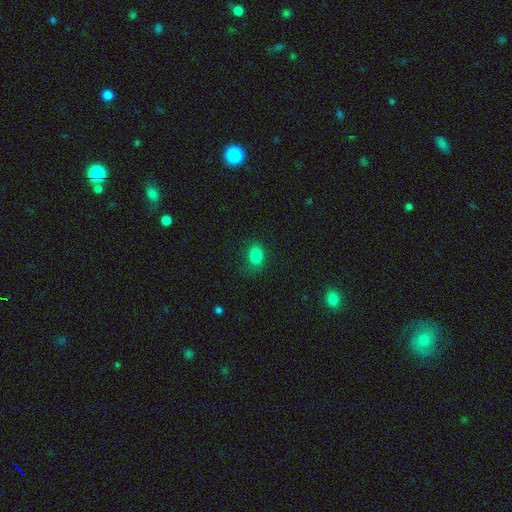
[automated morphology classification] Smooth or featured: smooth — 83% (star or artifact — 12%)
How rounded: in between — 71% (round — 27%)
Merging: none — 75% (minor disturbance — 18%)